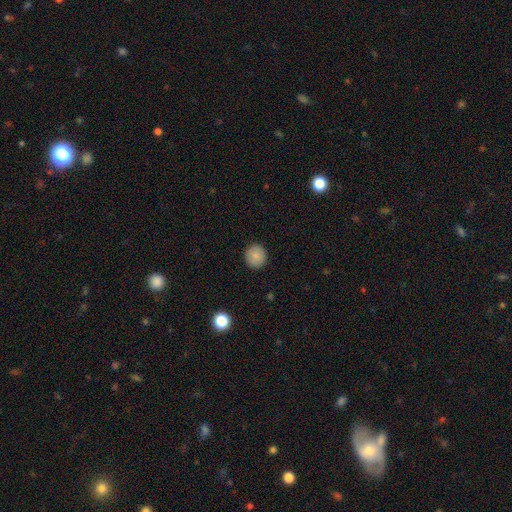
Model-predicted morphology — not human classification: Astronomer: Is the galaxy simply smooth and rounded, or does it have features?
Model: smooth — 85%.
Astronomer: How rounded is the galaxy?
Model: round — 93%.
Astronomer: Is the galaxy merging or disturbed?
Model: none — 92%.